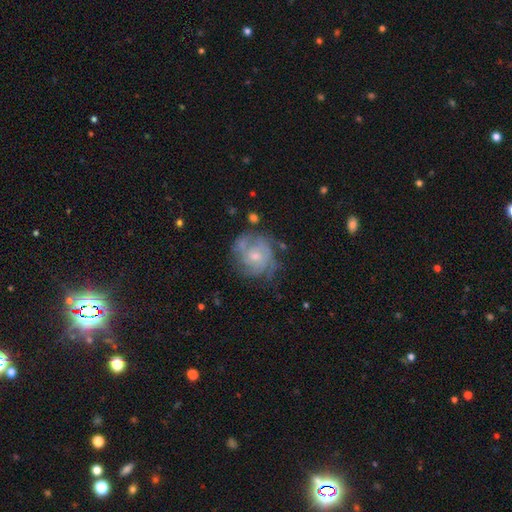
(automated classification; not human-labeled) featured or disk 77%, smooth 15%, star or artifact 8%. Down the decision tree: edge-on disk — no (98%); bar — no (76%); spiral arms — yes (89%); spiral arm count — can't tell (40%); spiral winding — tight (62%); bulge size — small (59%); merging — none (66%).